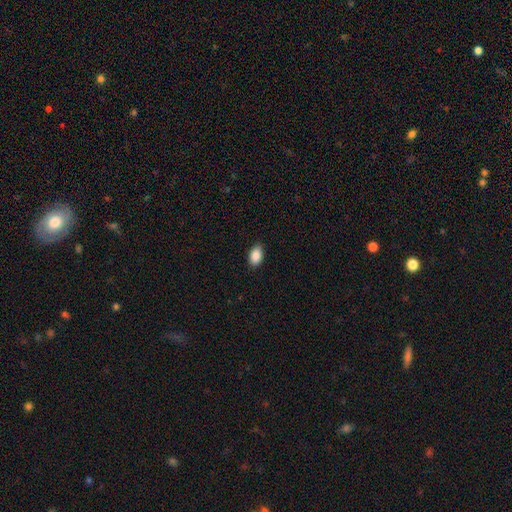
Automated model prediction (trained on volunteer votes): Smooth or featured? smooth (89%)
How rounded? in between (92%)
Merging? none (87%)